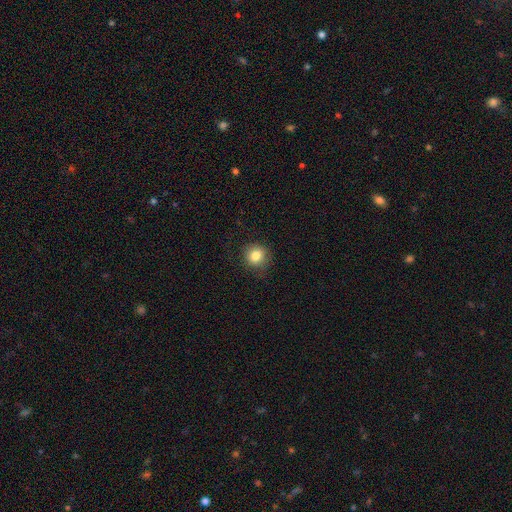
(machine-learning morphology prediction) This appears to be a smooth galaxy with no disk features (83%) that is round (90%). Merging: none (85%).